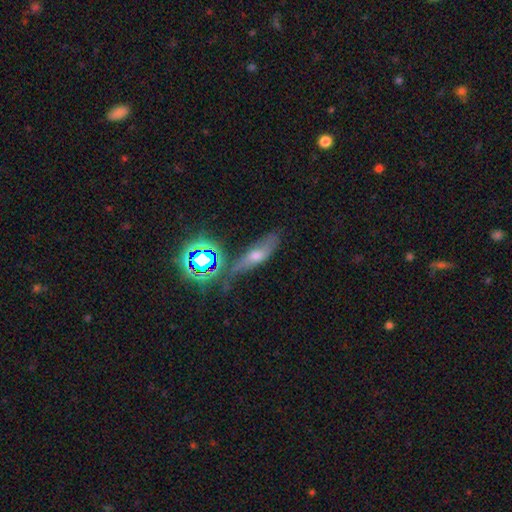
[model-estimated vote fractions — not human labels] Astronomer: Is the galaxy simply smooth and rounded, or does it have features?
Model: smooth — 39% (runner-up: featured or disk, 34%).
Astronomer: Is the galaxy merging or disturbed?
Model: none — 62%.